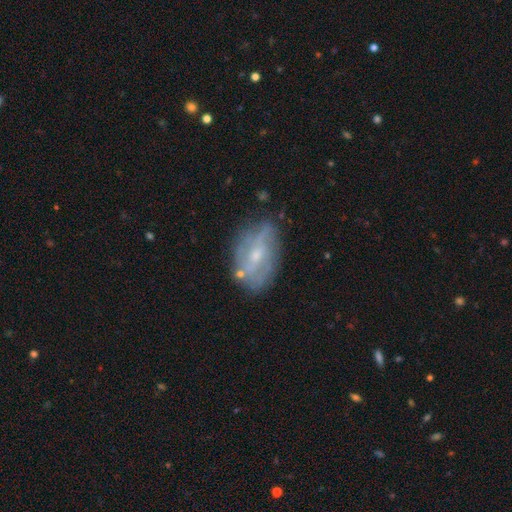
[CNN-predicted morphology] Q: Smooth or featured?
A: featured or disk (65%); runner-up: smooth (27%)
Q: Edge-on disk?
A: no (91%); runner-up: yes (9%)
Q: Bar?
A: no (49%); runner-up: weak (38%)
Q: Spiral arms?
A: yes (55%); runner-up: no (45%)
Q: Bulge size?
A: small (61%); runner-up: moderate (32%)
Q: Merging?
A: none (64%); runner-up: minor disturbance (23%)